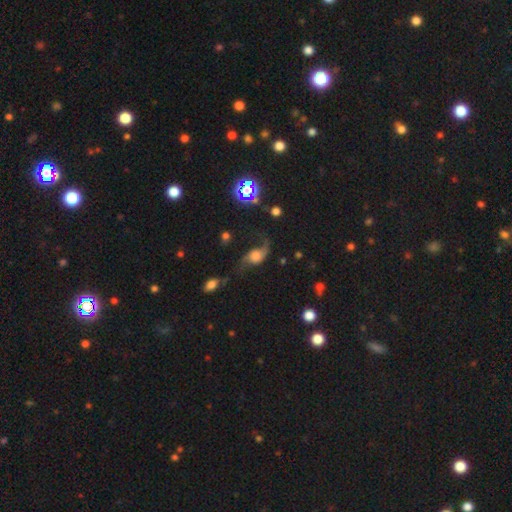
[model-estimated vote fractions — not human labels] Smooth or featured? featured or disk (72%)
Edge-on disk? no (94%)
Bar? no (70%)
Spiral arms? yes (93%)
Spiral winding? loose (87%)
Spiral arm count? 2 (88%)
Bulge size? large (34%)
Merging? none (52%)